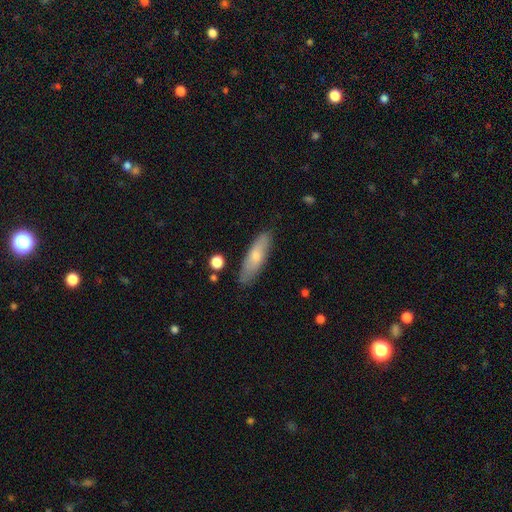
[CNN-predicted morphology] Smooth or featured: smooth — 68% (featured or disk — 26%)
How rounded: cigar-shaped — 54% (in between — 44%)
Merging: none — 82% (minor disturbance — 13%)